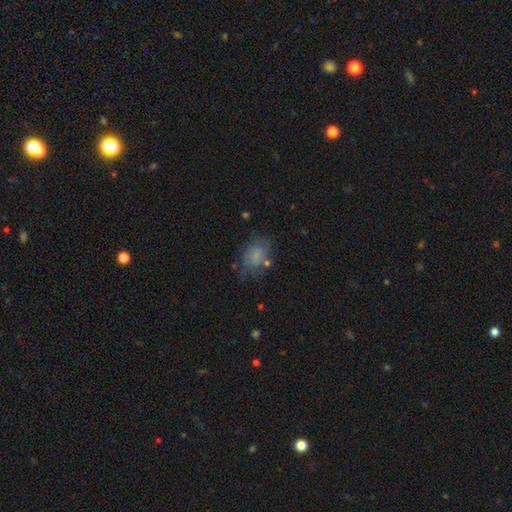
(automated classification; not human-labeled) Morphology: type=smooth (67%); roundness=in between (68%); merging=none (55%).